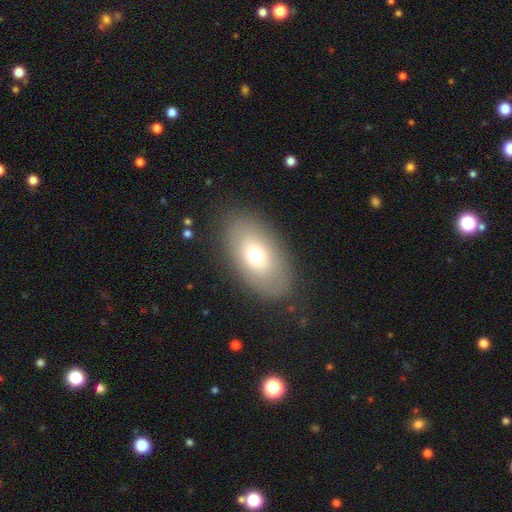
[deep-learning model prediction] A smooth galaxy with no disk features (66%) that is in between round and cigar-shaped (87%). Merging: none (84%).